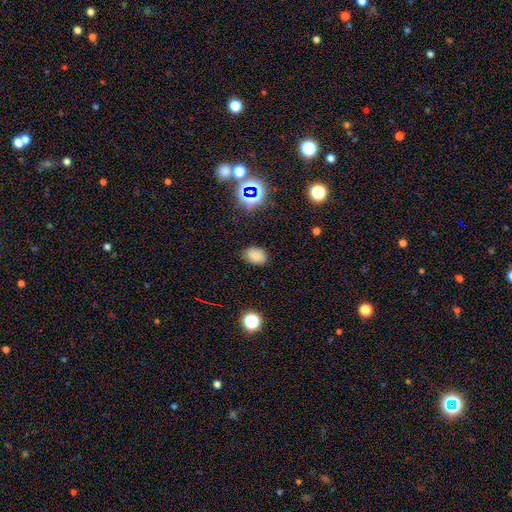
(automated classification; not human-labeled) Morphology: type=smooth (77%); roundness=in between (78%); merging=none (82%).